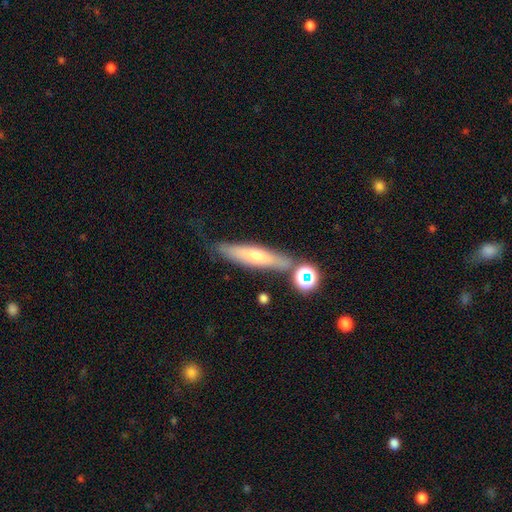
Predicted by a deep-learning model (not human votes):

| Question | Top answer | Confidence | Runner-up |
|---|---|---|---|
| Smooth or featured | featured or disk | 49% | smooth (40%) |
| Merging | none | 66% | minor disturbance (19%) |